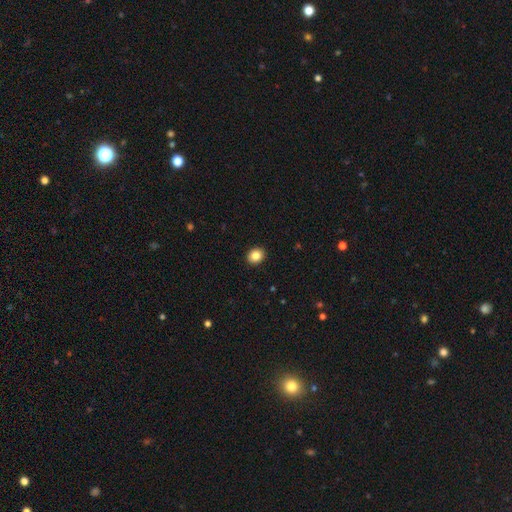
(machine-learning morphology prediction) Smooth or featured? smooth (85%)
How rounded? round (62%)
Merging? none (92%)